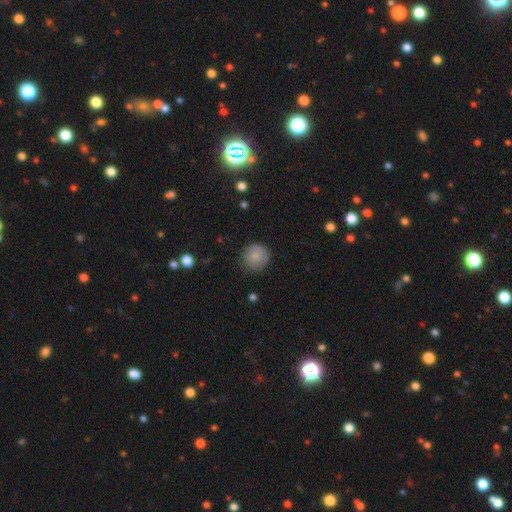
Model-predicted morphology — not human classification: A smooth galaxy with no disk features (86%) that is round (93%).

Vote fractions:
- Smooth or featured? smooth: 86% / star or artifact: 8% / featured or disk: 6%
- How rounded? round: 93% / in between: 6% / cigar-shaped: 1%
- Merging? none: 83% / minor disturbance: 13% / major disturbance: 3% / merger: 1%